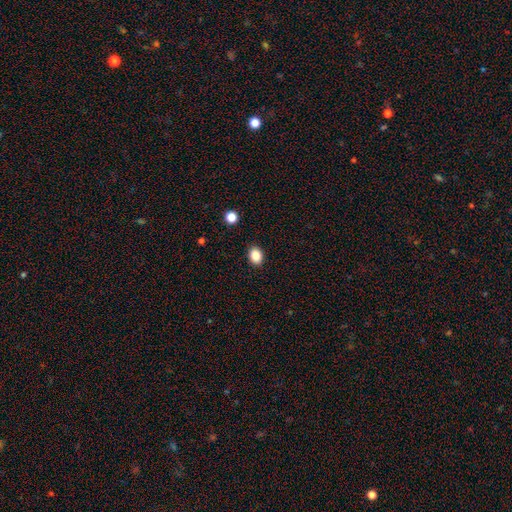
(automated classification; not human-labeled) The model was most divided on "how rounded": in between: 64%, round: 35%, cigar-shaped: 1%. More confident: merging — none (90%); smooth or featured — smooth (86%).